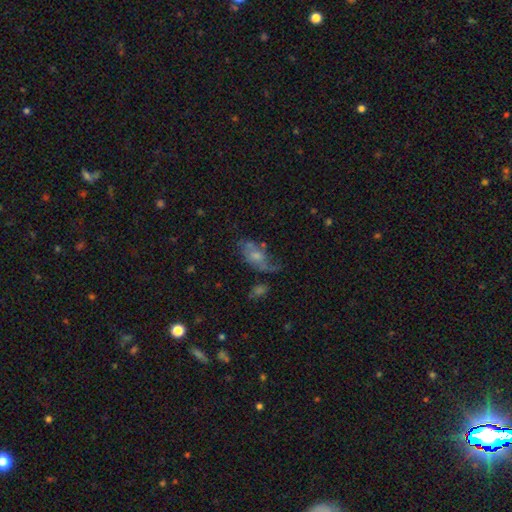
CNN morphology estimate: The model was most divided on "smooth or featured" (2-way tie): featured or disk: 44%, smooth: 44%, star or artifact: 12%. Remaining: merging — none (37%).